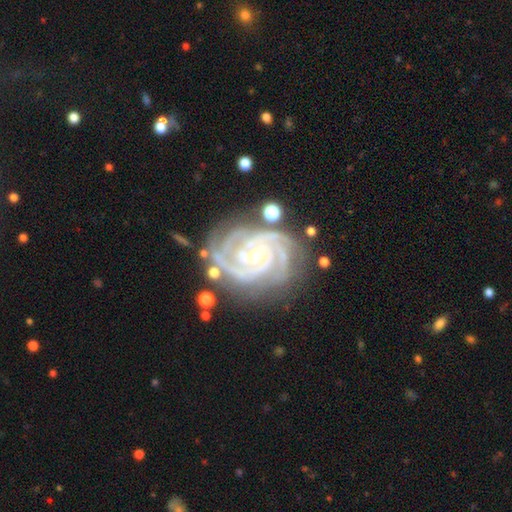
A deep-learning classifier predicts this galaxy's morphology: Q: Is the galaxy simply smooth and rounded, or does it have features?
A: featured or disk — 93%.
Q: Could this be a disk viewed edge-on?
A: no — 98%.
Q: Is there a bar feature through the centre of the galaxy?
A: no — 55%.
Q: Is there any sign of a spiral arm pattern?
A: yes — 99%.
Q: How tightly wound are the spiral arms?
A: tight — 80%.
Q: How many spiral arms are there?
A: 3 — 39%.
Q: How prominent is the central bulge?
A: small — 62%.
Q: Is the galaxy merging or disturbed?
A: none — 74%.